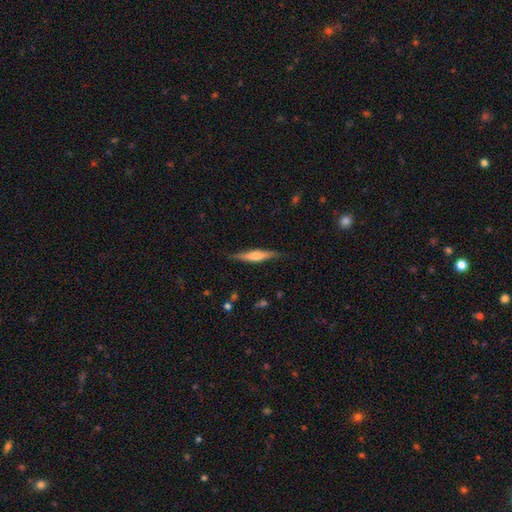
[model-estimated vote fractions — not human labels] smooth_or_featured: featured or disk (p=0.59) [alt: smooth p=0.35]
disk_edge_on: yes (p=0.96) [alt: no p=0.04]
edge_on_bulge: rounded (p=0.80) [alt: boxy p=0.12]
merging: none (p=0.85) [alt: minor disturbance p=0.11]